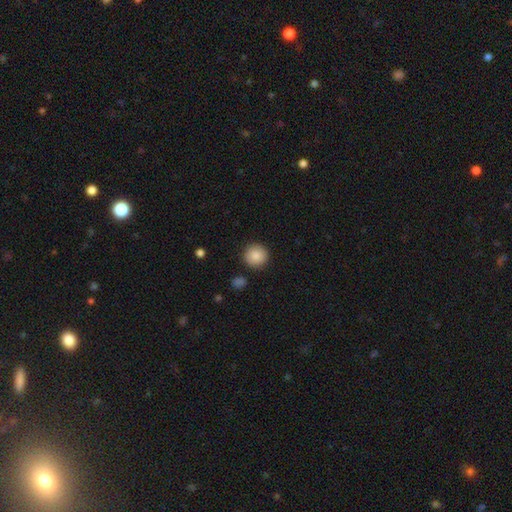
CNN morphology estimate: This appears to be a smooth galaxy with no disk features (87%) that is round (94%). Merging: none (90%).